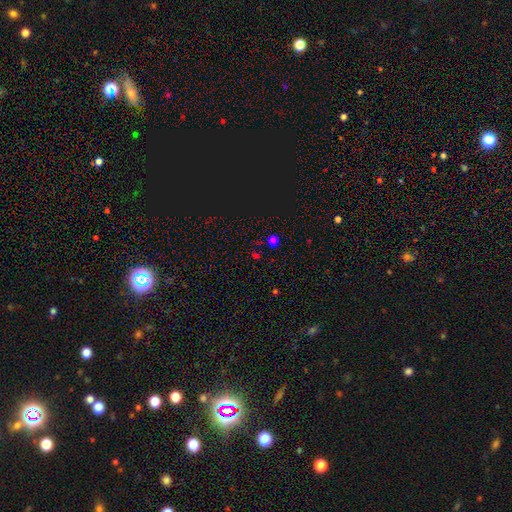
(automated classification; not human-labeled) This appears to be a smooth galaxy with no disk features (51%) that is round (81%). Merging: none (82%).